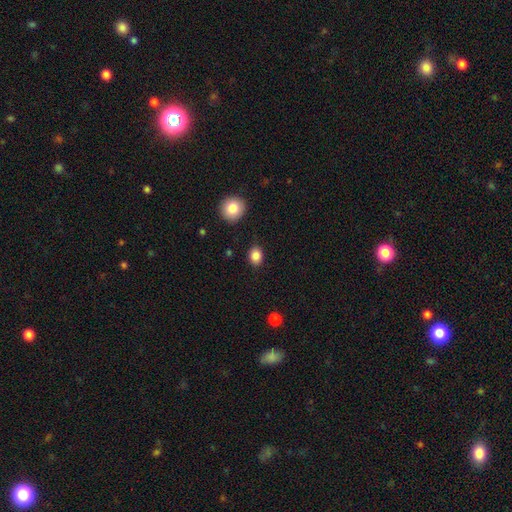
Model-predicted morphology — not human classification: This appears to be a smooth galaxy with no disk features (86%) that is in between round and cigar-shaped (53%). Merging: none (86%).